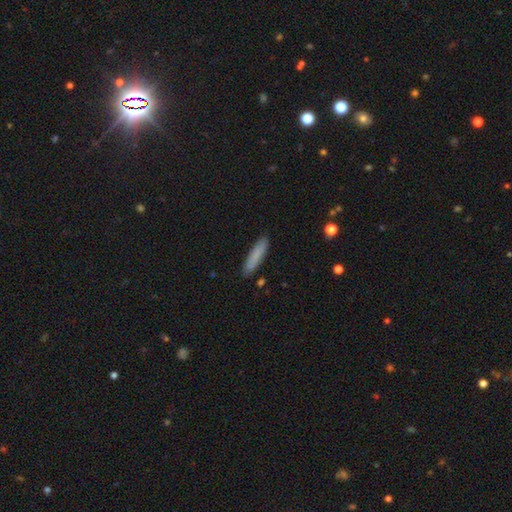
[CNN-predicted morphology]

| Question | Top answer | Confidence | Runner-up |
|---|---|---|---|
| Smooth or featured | smooth | 83% | featured or disk (11%) |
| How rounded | cigar-shaped | 84% | in between (14%) |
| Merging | none | 89% | minor disturbance (8%) |